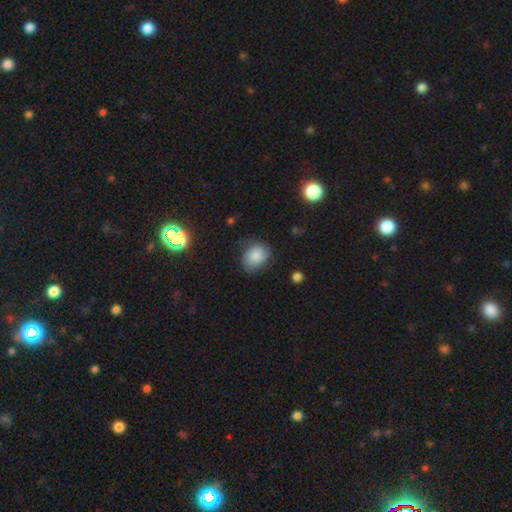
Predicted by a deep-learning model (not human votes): smooth 80%, featured or disk 11%, star or artifact 9%. Down the decision tree: how rounded — in between (54%); merging — none (68%).